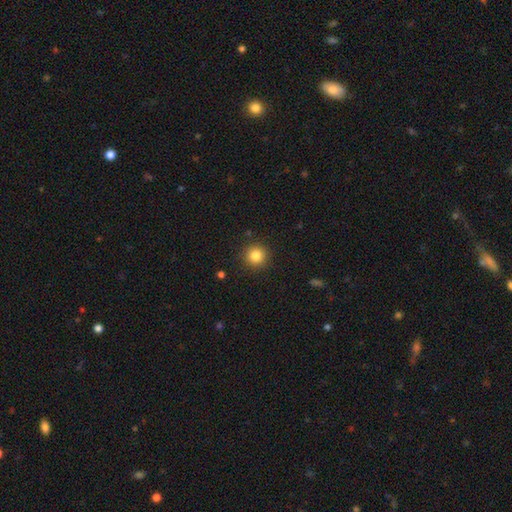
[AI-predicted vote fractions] Smooth or featured: smooth — 84% (star or artifact — 11%)
How rounded: round — 94% (in between — 5%)
Merging: none — 90% (minor disturbance — 7%)